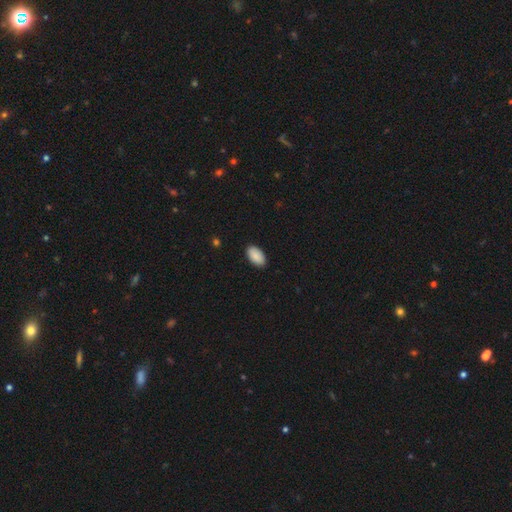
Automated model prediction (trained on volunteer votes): Smooth or featured: smooth — 90% (star or artifact — 6%)
How rounded: in between — 95% (round — 3%)
Merging: none — 90% (minor disturbance — 8%)